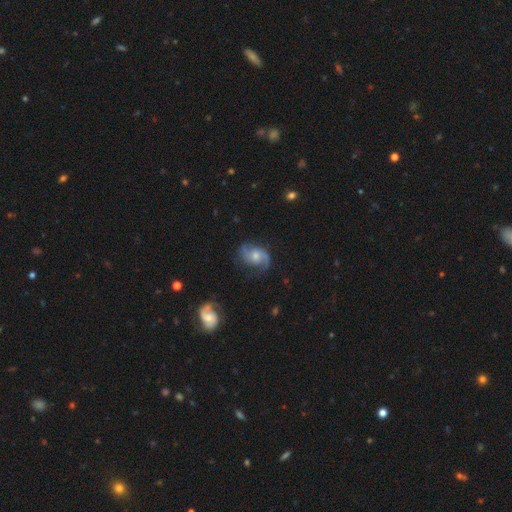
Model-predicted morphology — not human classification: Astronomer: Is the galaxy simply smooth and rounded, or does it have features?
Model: featured or disk — 83%.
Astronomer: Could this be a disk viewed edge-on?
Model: no — 97%.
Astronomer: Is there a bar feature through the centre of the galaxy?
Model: no — 62%.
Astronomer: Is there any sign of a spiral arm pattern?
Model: yes — 96%.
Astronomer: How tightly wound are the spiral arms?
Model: medium — 47% (runner-up: loose, 38%).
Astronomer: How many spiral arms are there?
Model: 2 — 89%.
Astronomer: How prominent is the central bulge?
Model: moderate — 52% (runner-up: small, 37%).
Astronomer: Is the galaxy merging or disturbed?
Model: none — 72%.